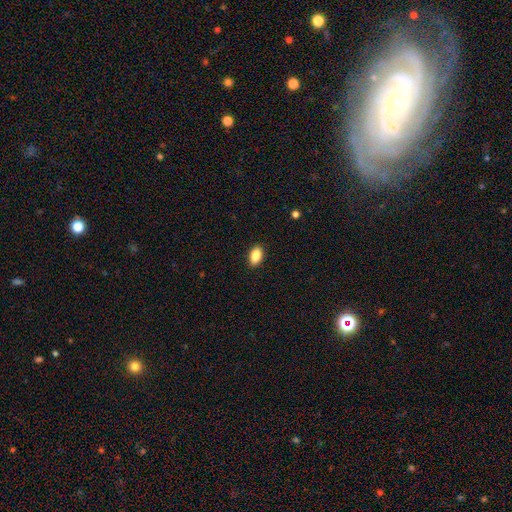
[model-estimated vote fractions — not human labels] Smooth or featured?
  - smooth: 88% *
  - star or artifact: 8%
  - featured or disk: 4%
How rounded?
  - in between: 91% *
  - round: 7%
  - cigar-shaped: 2%
Merging?
  - none: 90% *
  - minor disturbance: 7%
  - major disturbance: 2%
  - merger: 1%